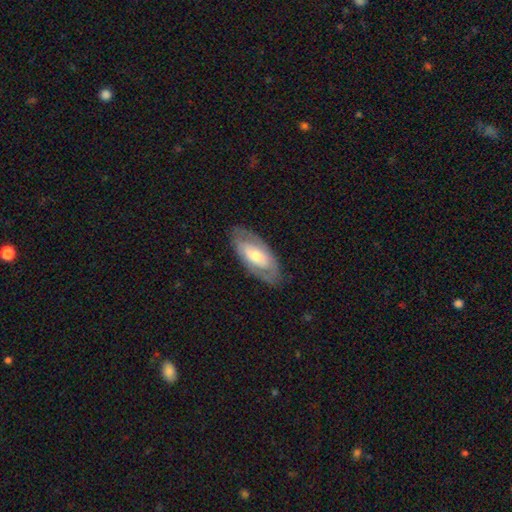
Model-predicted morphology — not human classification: The model was most divided on "spiral arms" (2-way tie): no: 50%, yes: 50%. More confident: edge-on disk — no (86%); merging — none (79%); smooth or featured — featured or disk (58%); bulge size — moderate (55%); bar — no (54%).